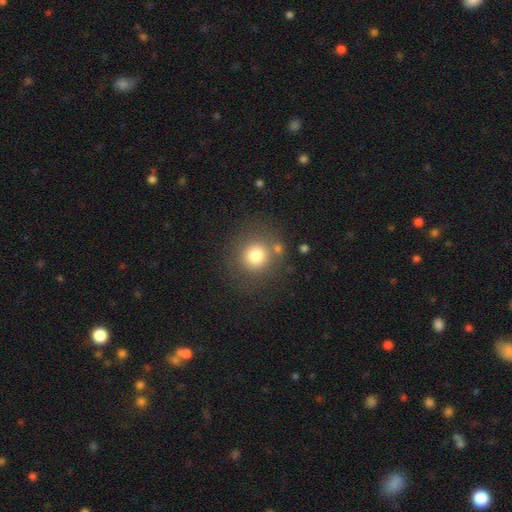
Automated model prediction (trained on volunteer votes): Overall: smooth (77%). How rounded: round (90%). Merging: none (77%).